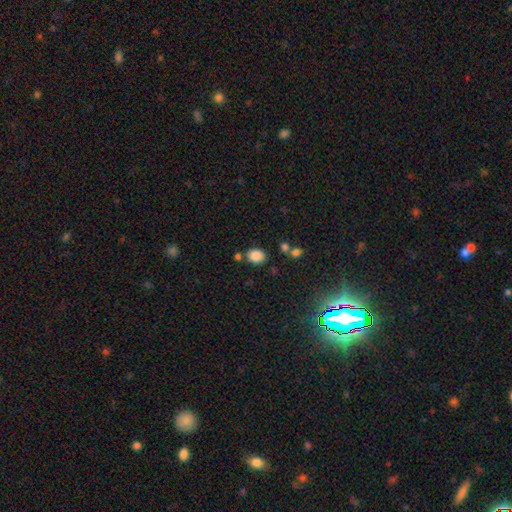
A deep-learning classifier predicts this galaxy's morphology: This is clearly a smooth galaxy (85%). How rounded: possibly in between (60%). Merging: likely none (71%).